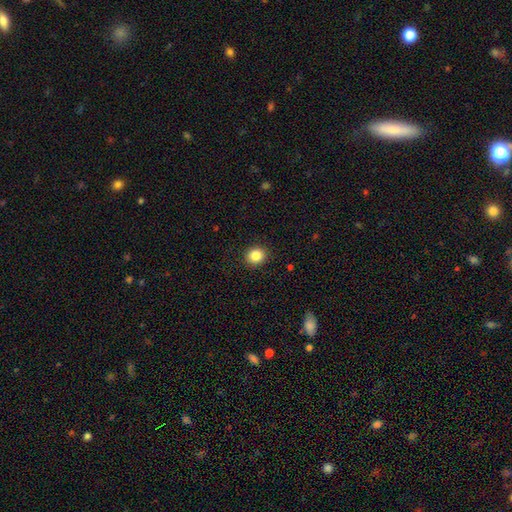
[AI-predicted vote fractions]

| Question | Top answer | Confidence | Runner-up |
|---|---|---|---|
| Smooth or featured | smooth | 85% | star or artifact (10%) |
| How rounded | round | 80% | in between (19%) |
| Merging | none | 91% | minor disturbance (6%) |